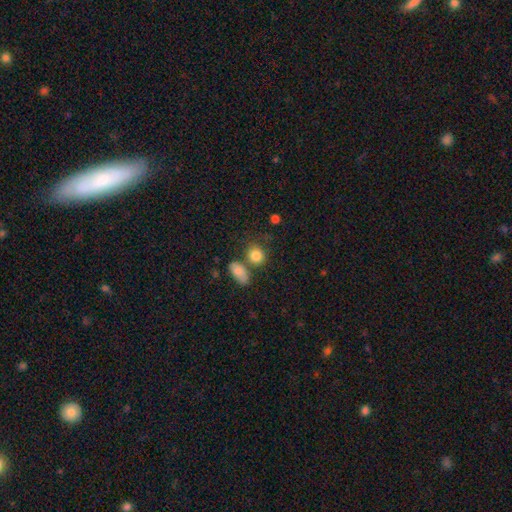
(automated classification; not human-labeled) A smooth galaxy with no disk features (84%) that is round (66%). Merging: none (62%).